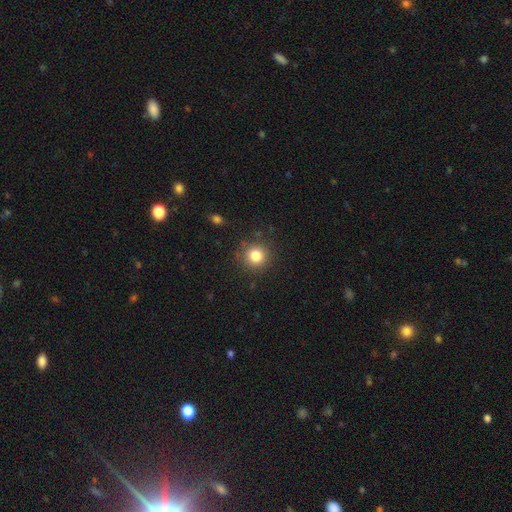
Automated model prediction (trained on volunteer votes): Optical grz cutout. It shows a smooth galaxy with no disk features (82%) that is round (93%). Merging: none (86%).